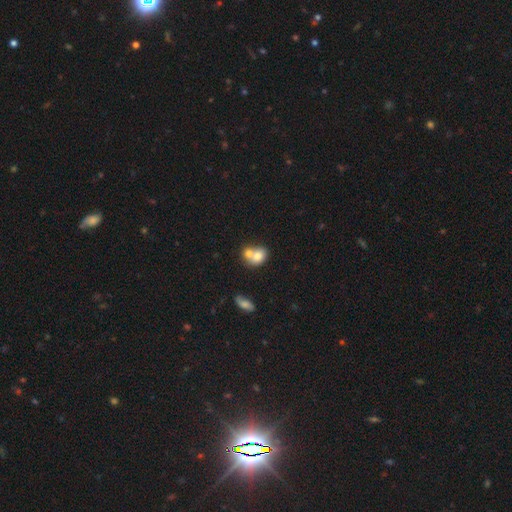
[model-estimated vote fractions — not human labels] Smooth or featured? Predicted: smooth (p=0.73). How rounded? Predicted: in between (p=0.53). Merging? Predicted: merger (p=0.64).